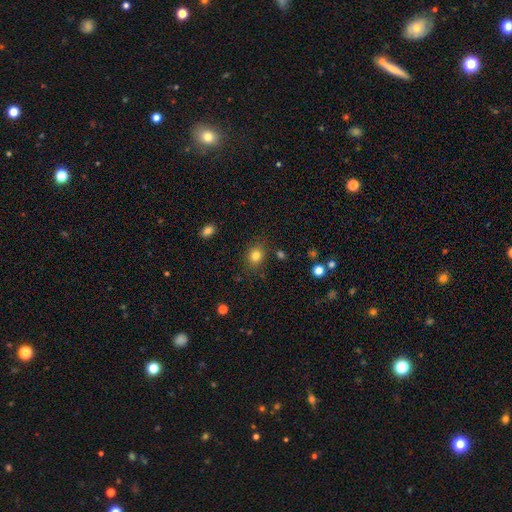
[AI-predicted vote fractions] A smooth galaxy with no disk features (82%) that is round (62%).

Vote fractions:
- Smooth or featured? smooth: 82% / star or artifact: 12% / featured or disk: 7%
- How rounded? round: 62% / in between: 37% / cigar-shaped: 1%
- Merging? none: 82% / minor disturbance: 12% / major disturbance: 3% / merger: 2%